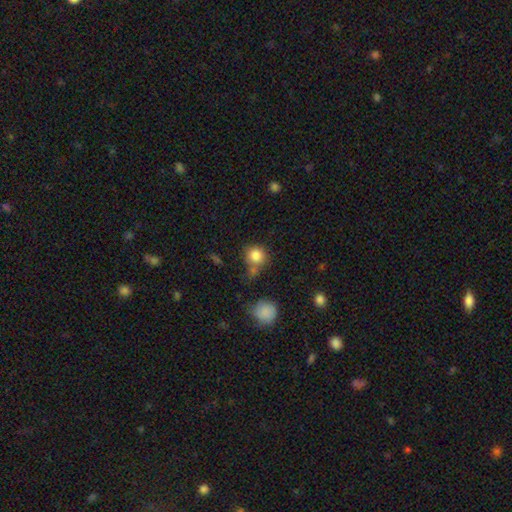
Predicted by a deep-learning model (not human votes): The model was most divided on "merging": none: 61%, minor disturbance: 17%, merger: 15%, major disturbance: 7%. More confident: how rounded — round (87%); smooth or featured — smooth (84%).